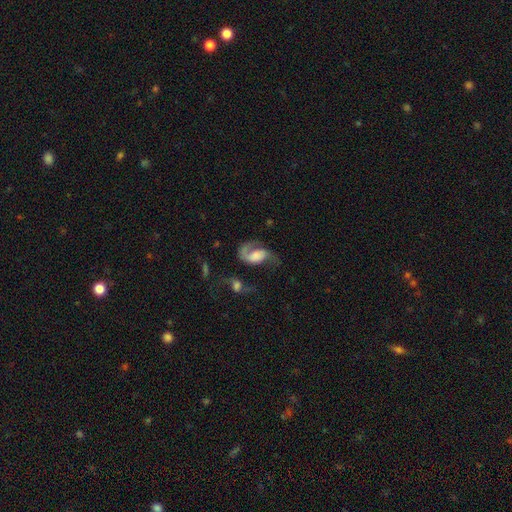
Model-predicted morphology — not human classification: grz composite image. It shows a featured or disk galaxy (74%) with no bar (56%), 2 (48%) loose (45%) spiral arms (92%) and a large central bulge (32%). Merging: none (36%, tied with major disturbance).